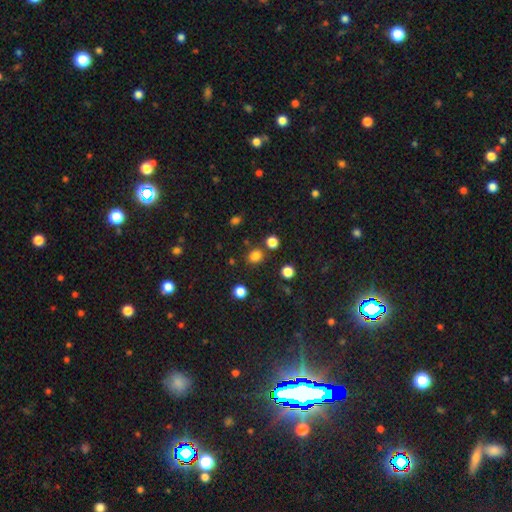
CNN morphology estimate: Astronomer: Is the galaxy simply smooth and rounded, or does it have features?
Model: smooth — 80%.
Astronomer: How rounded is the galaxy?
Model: round — 68%.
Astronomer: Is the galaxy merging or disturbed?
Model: none — 79%.